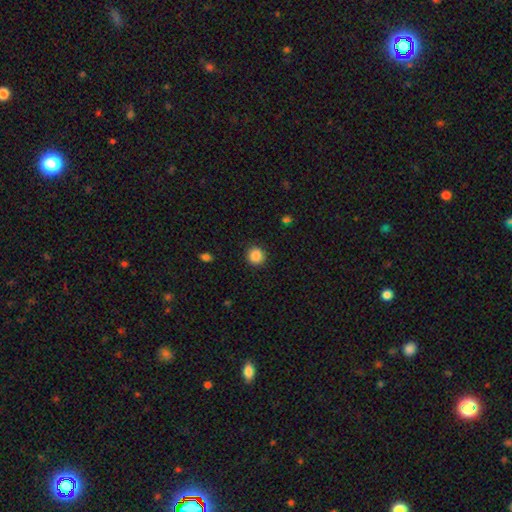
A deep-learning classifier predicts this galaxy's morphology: This is clearly a smooth galaxy (87%). How rounded: clearly round (92%). Merging: clearly none (91%).